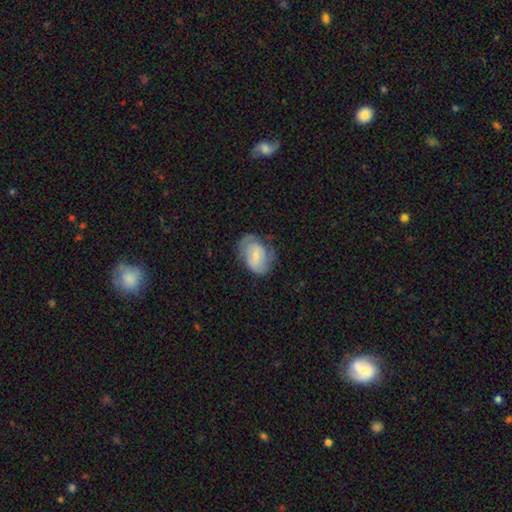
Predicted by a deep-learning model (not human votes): Smooth or featured: featured or disk — 51% (smooth — 42%)
Edge-on disk: no — 96% (yes — 4%)
Merging: none — 56% (minor disturbance — 28%)